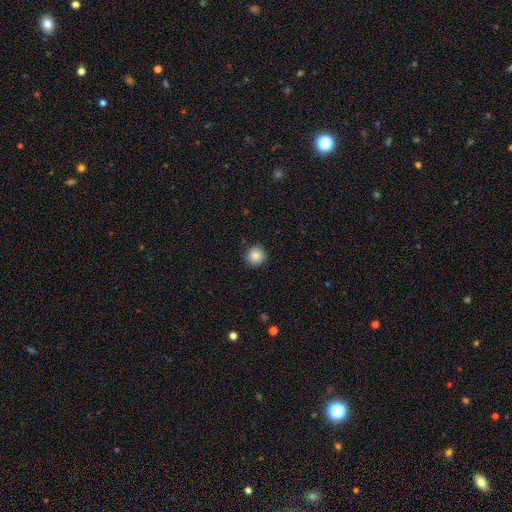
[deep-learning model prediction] This appears to be a smooth galaxy with no disk features (85%) that is round (94%). Merging: none (89%).